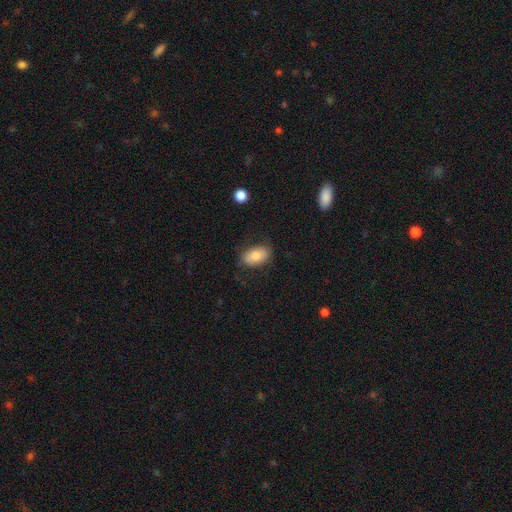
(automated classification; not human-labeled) Overall: smooth (78%). How rounded: in between (91%). Merging: none (78%).